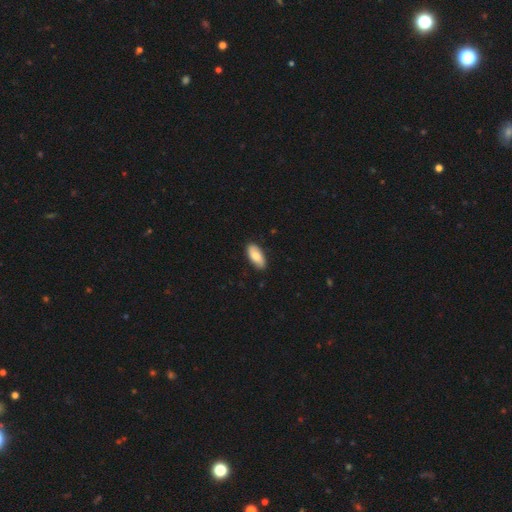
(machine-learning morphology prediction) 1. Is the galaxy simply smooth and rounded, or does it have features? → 82% smooth, 12% featured or disk, 6% star or artifact.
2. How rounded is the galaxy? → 88% in between, 10% cigar-shaped, 2% round.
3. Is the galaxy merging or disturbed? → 87% none, 11% minor disturbance, 2% major disturbance, 1% merger.